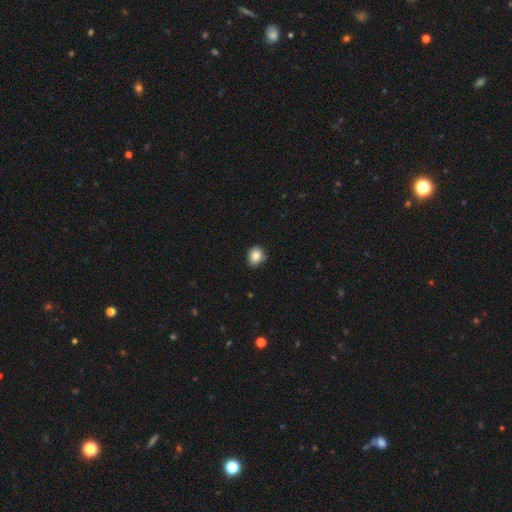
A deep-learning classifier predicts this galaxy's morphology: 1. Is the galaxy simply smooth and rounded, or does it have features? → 84% smooth, 10% star or artifact, 6% featured or disk.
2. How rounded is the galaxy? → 58% round, 41% in between, 1% cigar-shaped.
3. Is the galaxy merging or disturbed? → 81% none, 14% minor disturbance, 2% major disturbance, 2% merger.